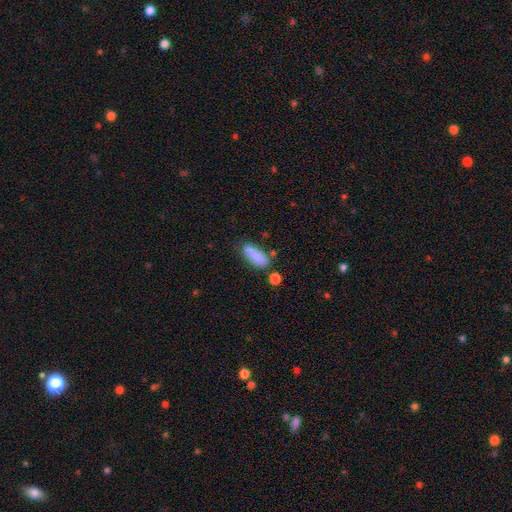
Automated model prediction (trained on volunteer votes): This appears to be a smooth galaxy with no disk features (86%) that is in between round and cigar-shaped (62%). Merging: none (67%).